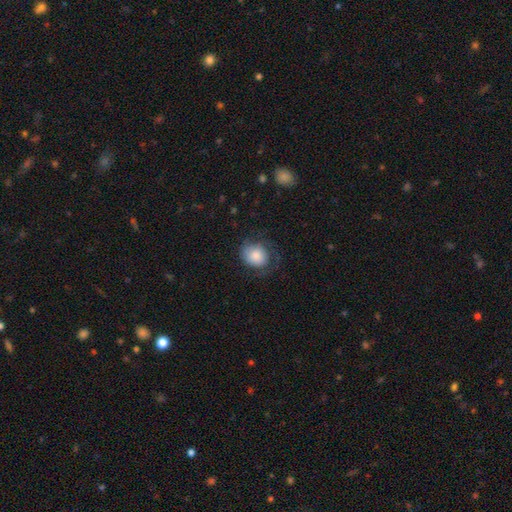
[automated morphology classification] smooth_or_featured: smooth (p=0.64) [alt: featured or disk p=0.29]
how_rounded: round (p=0.65) [alt: in between p=0.34]
merging: none (p=0.54) [alt: minor disturbance p=0.23]